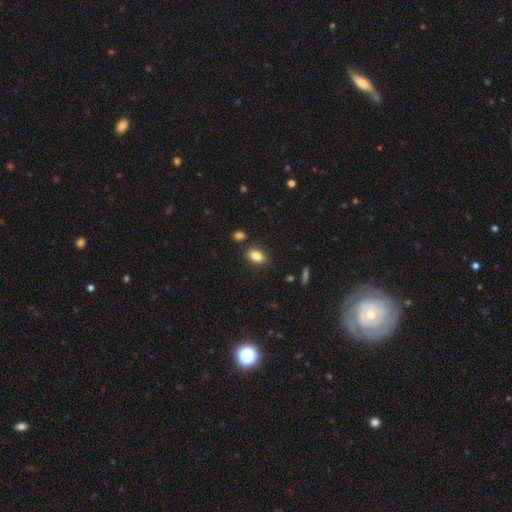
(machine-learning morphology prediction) This is clearly a smooth galaxy (84%). How rounded: clearly in between (88%). Merging: clearly none (83%).